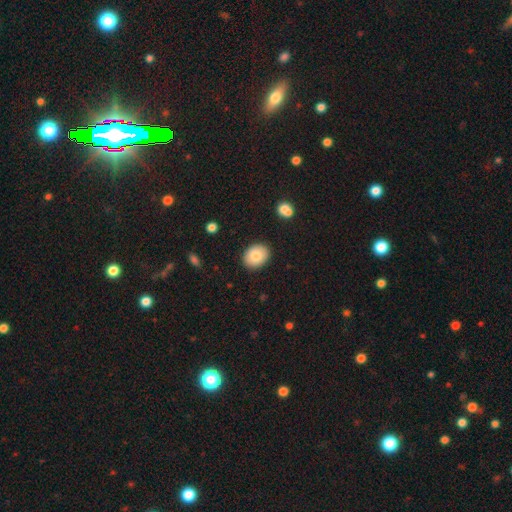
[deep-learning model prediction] Smooth or featured? Predicted: smooth (p=0.82). How rounded? Predicted: in between (p=0.58). Merging? Predicted: none (p=0.89).